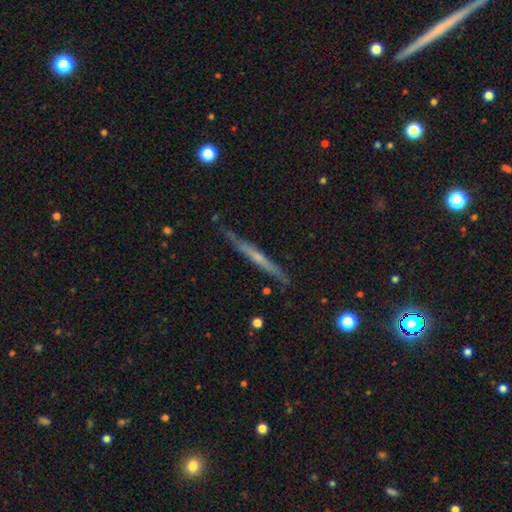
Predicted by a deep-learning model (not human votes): A featured or disk galaxy (59%) viewed edge-on (96%) with no central bulge (67%).

Vote fractions:
- Smooth or featured? featured or disk: 59% / smooth: 35% / star or artifact: 6%
- Edge-on disk? yes: 96% / no: 4%
- Edge-on bulge? none: 67% / rounded: 27% / boxy: 6%
- Merging? none: 84% / minor disturbance: 12% / major disturbance: 2% / merger: 2%